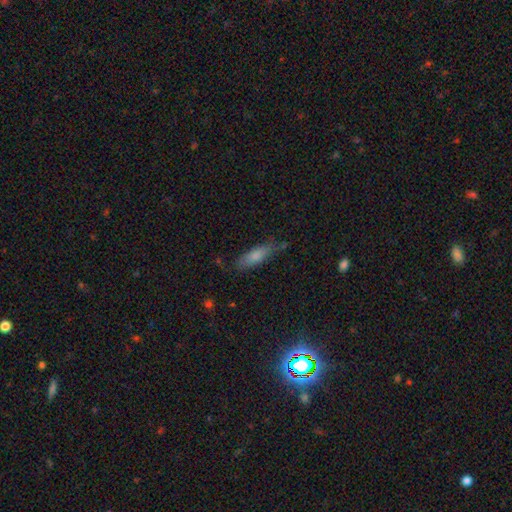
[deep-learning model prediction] smooth 77%, featured or disk 16%, star or artifact 7%. Down the decision tree: how rounded — in between (49%, tied with cigar-shaped); merging — none (68%).